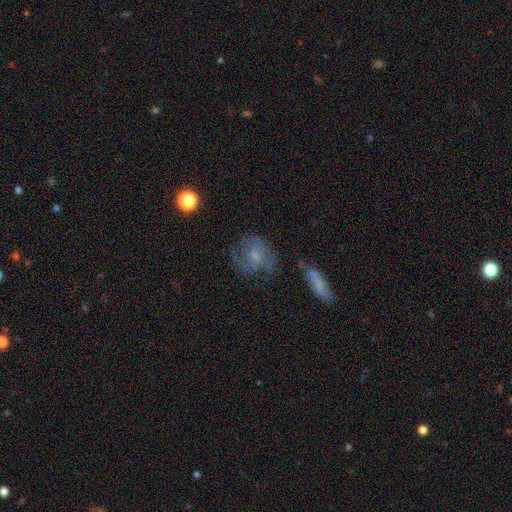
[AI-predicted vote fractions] smooth_or_featured: featured or disk (p=0.48) [alt: smooth p=0.41]
merging: none (p=0.52) [alt: minor disturbance p=0.22]